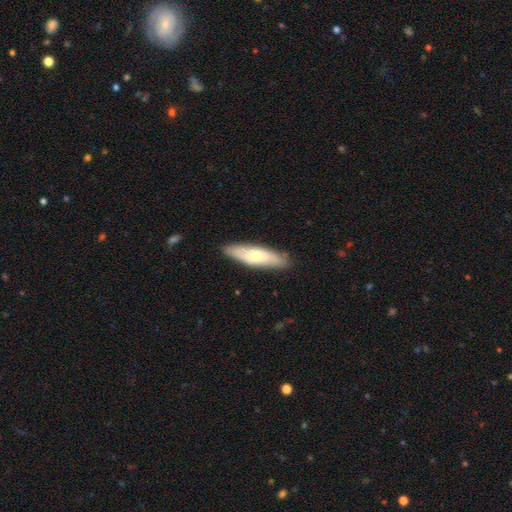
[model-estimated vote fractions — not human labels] Smooth or featured? Predicted: smooth (p=0.59). How rounded? Predicted: cigar-shaped (p=0.62). Merging? Predicted: none (p=0.86).